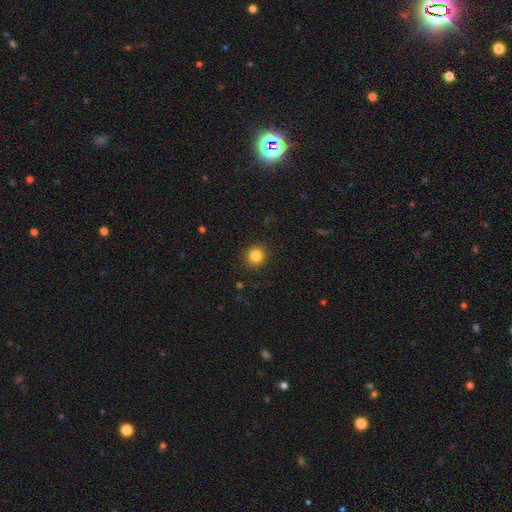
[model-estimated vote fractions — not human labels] Smooth or featured? smooth (84%)
How rounded? round (92%)
Merging? none (91%)